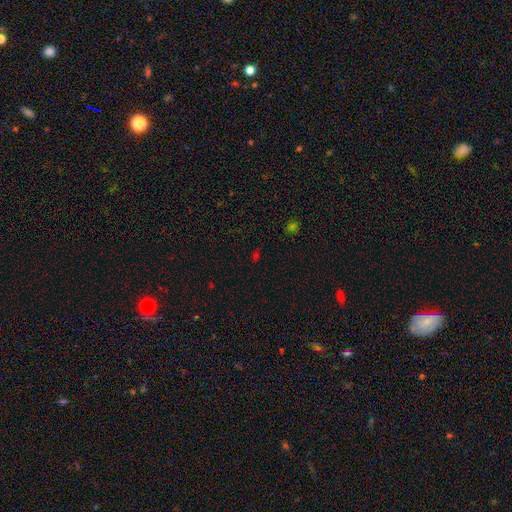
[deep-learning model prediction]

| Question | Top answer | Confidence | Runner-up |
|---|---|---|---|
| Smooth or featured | star or artifact | 54% | smooth (39%) |